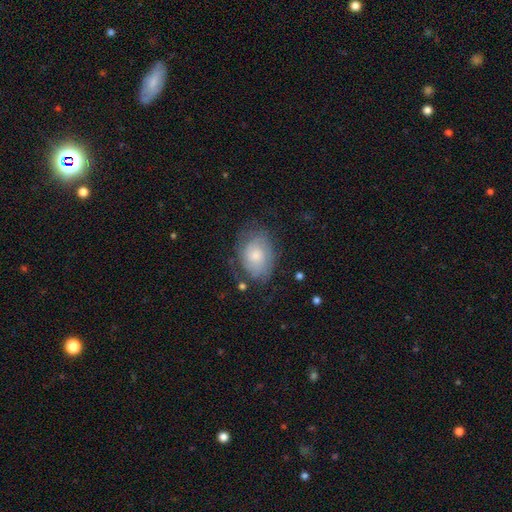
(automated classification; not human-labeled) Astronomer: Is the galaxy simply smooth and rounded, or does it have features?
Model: smooth — 51% (runner-up: featured or disk, 41%).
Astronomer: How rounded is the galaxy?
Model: in between — 69%.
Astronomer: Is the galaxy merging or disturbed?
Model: none — 62%.